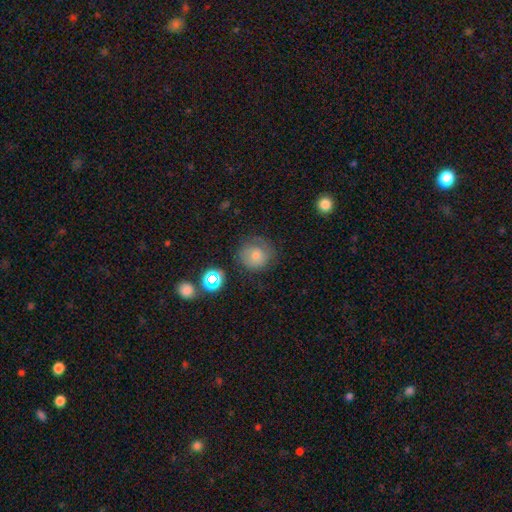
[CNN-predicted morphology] smooth-or-featured: smooth: 66% | featured or disk: 20% | star or artifact: 14%
  how-rounded: round: 86% | in between: 13% | cigar-shaped: 1%
  merging: none: 71% | minor disturbance: 19% | major disturbance: 8% | merger: 2%